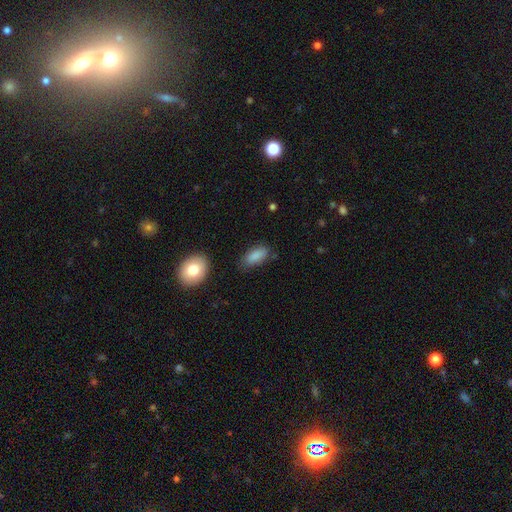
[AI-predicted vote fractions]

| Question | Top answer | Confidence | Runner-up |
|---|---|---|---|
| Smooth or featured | smooth | 87% | star or artifact (7%) |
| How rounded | in between | 84% | cigar-shaped (13%) |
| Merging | none | 76% | minor disturbance (18%) |